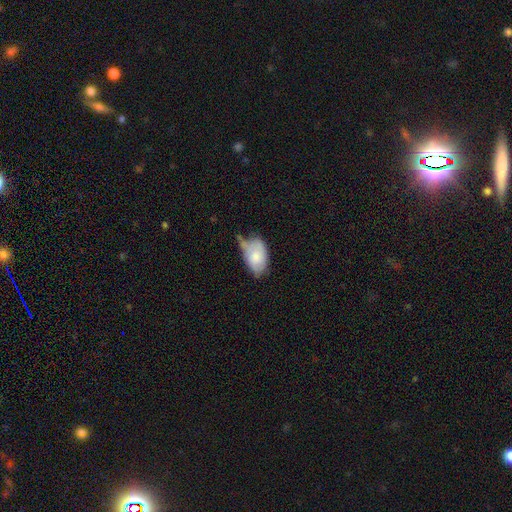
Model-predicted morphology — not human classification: This is likely a smooth galaxy (76%). How rounded: clearly in between (91%). Merging: marginally minor disturbance (43%).